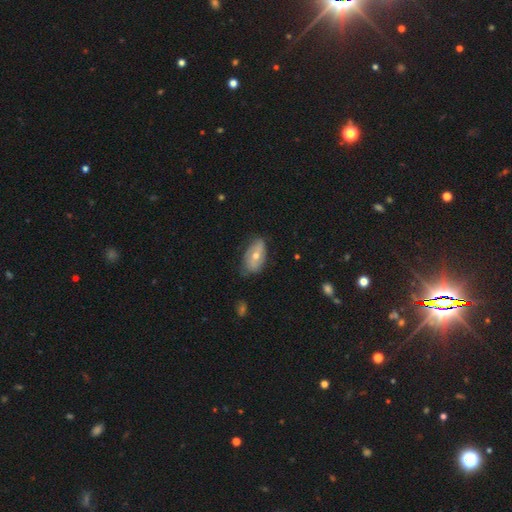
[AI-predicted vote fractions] This is possibly a featured or disk galaxy (46%). Merging: likely none (62%).